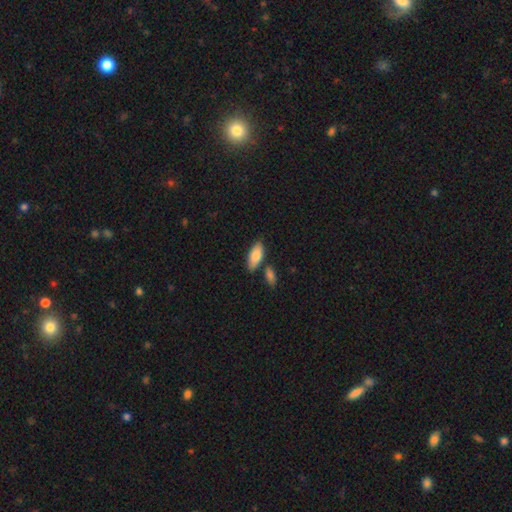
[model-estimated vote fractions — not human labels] Smooth or featured: smooth — 82% (featured or disk — 12%)
How rounded: in between — 84% (cigar-shaped — 14%)
Merging: none — 72% (minor disturbance — 14%)